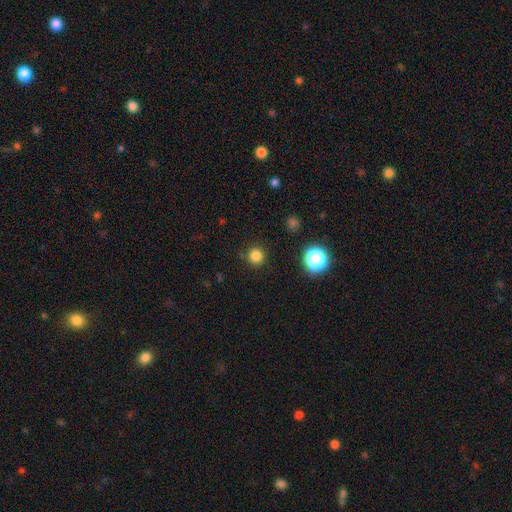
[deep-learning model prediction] Smooth or featured: smooth — 80% (star or artifact — 16%)
How rounded: round — 95% (in between — 4%)
Merging: none — 90% (minor disturbance — 6%)